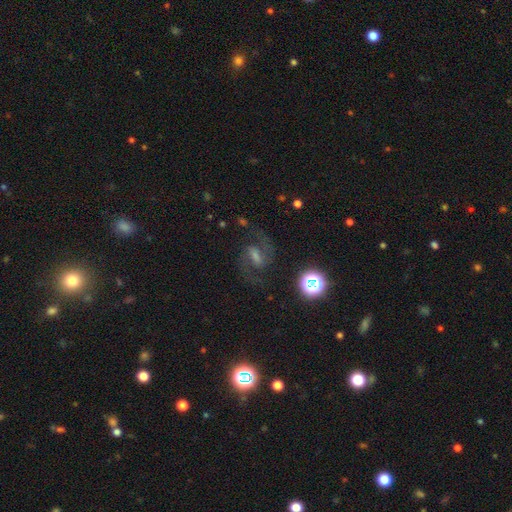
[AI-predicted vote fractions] smooth_or_featured: featured or disk (p=0.79) [alt: star or artifact p=0.12]
disk_edge_on: no (p=0.97) [alt: yes p=0.03]
bar: weak (p=0.53) [alt: strong p=0.32]
has_spiral_arms: yes (p=0.97) [alt: no p=0.03]
spiral_winding: medium (p=0.58) [alt: loose p=0.30]
spiral_arm_count: 2 (p=0.93) [alt: can't tell p=0.02]
bulge_size: moderate (p=0.36) [alt: small p=0.32]
merging: none (p=0.79) [alt: minor disturbance p=0.12]